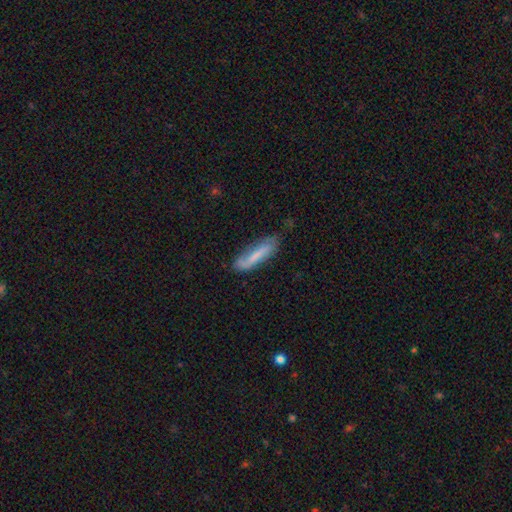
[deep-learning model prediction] smooth 63%, featured or disk 30%, star or artifact 7%. Down the decision tree: how rounded — cigar-shaped (74%); merging — none (64%).